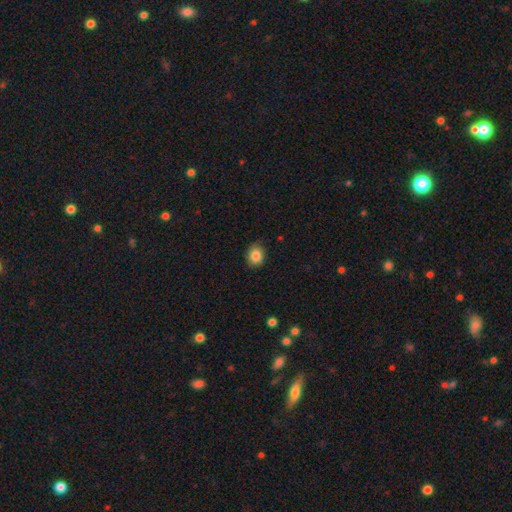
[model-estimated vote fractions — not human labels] smooth 85%, star or artifact 10%, featured or disk 6%. Down the decision tree: how rounded — round (60%); merging — none (81%).